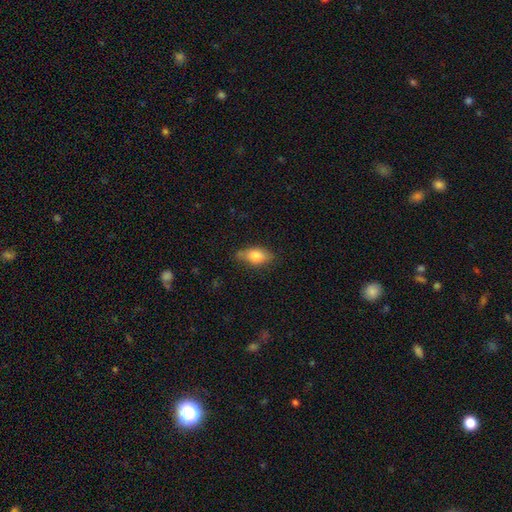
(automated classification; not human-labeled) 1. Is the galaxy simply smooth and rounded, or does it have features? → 79% smooth, 13% featured or disk, 8% star or artifact.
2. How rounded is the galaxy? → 86% in between, 7% round, 7% cigar-shaped.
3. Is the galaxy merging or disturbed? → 70% none, 24% minor disturbance, 4% major disturbance, 2% merger.